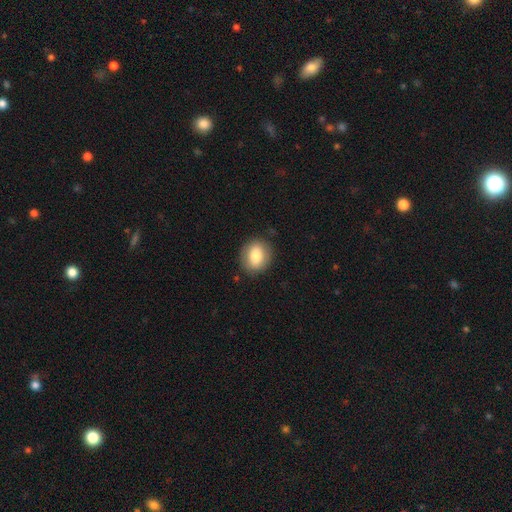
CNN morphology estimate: Q: Smooth or featured?
A: smooth (78%); runner-up: featured or disk (14%)
Q: How rounded?
A: round (58%); runner-up: in between (41%)
Q: Merging?
A: none (85%); runner-up: minor disturbance (11%)